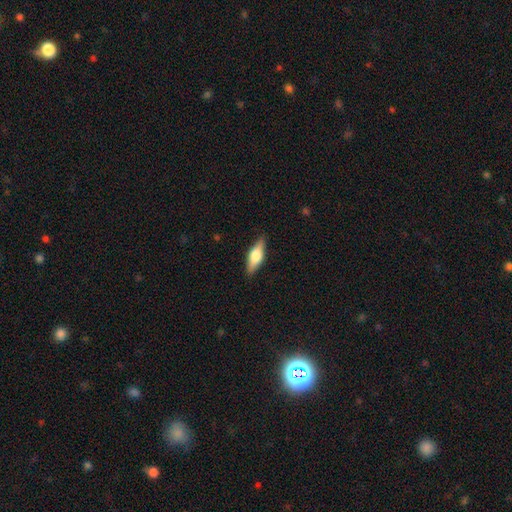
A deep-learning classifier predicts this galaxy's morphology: Overall: smooth (51%; featured or disk 43%). How rounded: in between (56%; cigar-shaped 41%). Merging: none (88%).